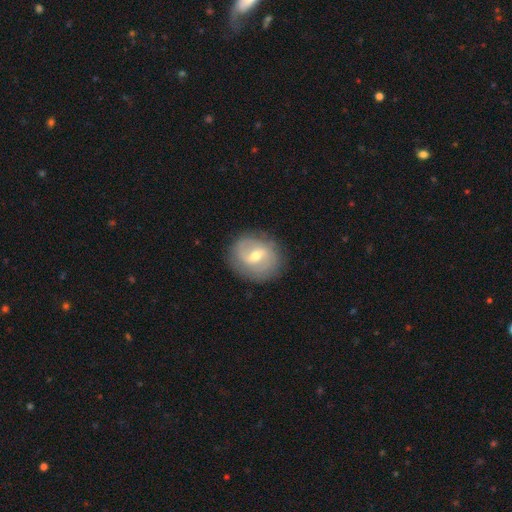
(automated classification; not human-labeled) Morphology: type=featured or disk (68%); edge-on=no (96%); bar=weak (56%); spiral arms=yes (76%); bulge=moderate (64%); merging=none (82%).